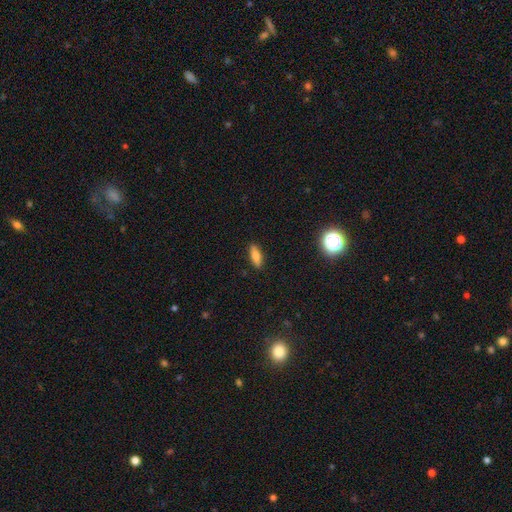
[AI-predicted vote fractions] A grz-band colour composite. It shows a smooth galaxy with no disk features (73%) that is in between round and cigar-shaped (55%). Merging: none (89%).